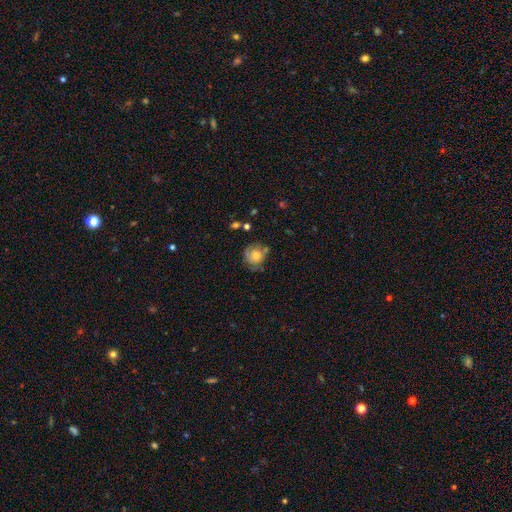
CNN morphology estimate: Smooth or featured?
  - smooth: 63% *
  - featured or disk: 27%
  - star or artifact: 9%
How rounded?
  - round: 80% *
  - in between: 19%
  - cigar-shaped: 1%
Merging?
  - none: 53% *
  - minor disturbance: 28%
  - major disturbance: 12%
  - merger: 7%